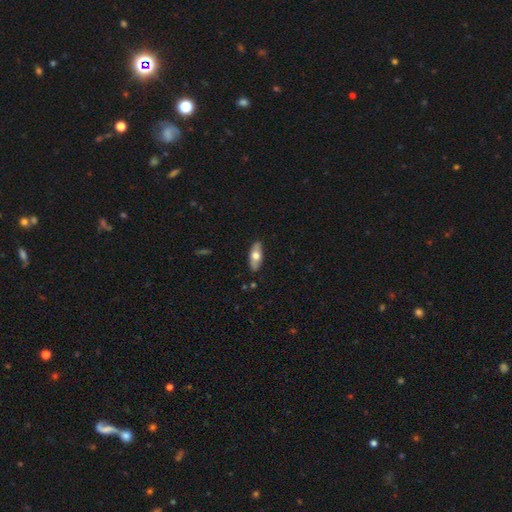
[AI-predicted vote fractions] This is likely a smooth galaxy (61%). How rounded: likely in between (78%). Merging: clearly none (87%).